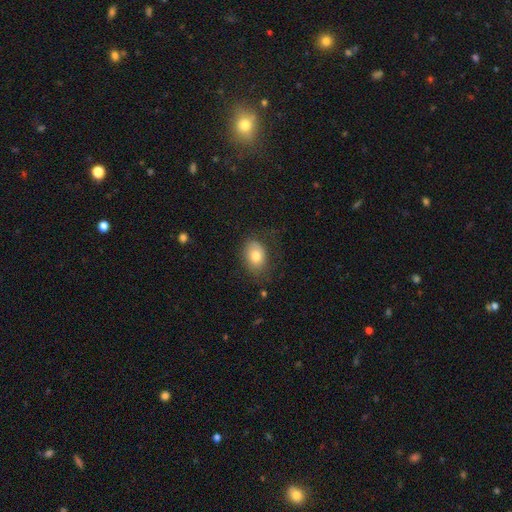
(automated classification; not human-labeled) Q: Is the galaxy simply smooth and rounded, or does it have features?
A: smooth — 79%.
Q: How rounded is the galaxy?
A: in between — 77%.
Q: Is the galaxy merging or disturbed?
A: none — 67%.